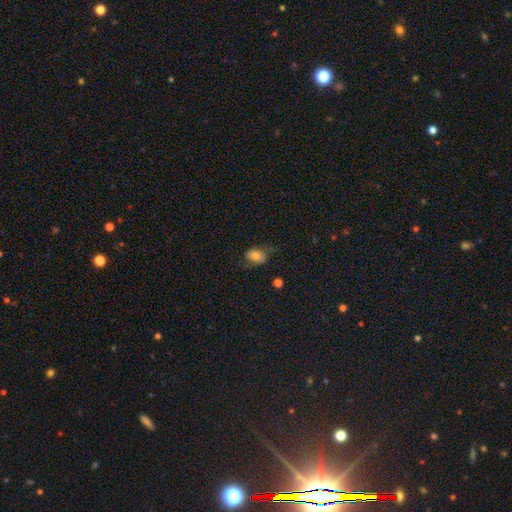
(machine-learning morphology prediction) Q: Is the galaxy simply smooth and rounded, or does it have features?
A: smooth — 72%.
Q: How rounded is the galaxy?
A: in between — 75%.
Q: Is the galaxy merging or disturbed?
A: none — 63%.